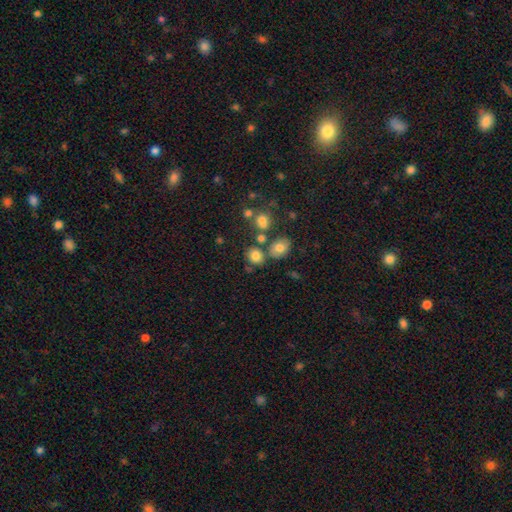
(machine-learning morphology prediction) This appears to be a smooth galaxy with no disk features (77%) that is round (66%). Merging: none (63%).